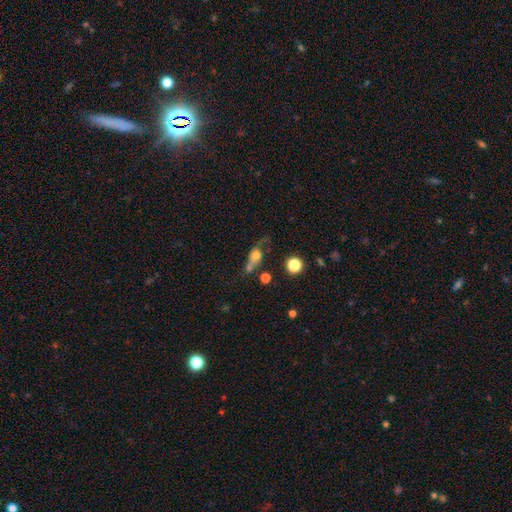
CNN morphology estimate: type=smooth (62%); roundness=in between (51%); merging=none (32%).